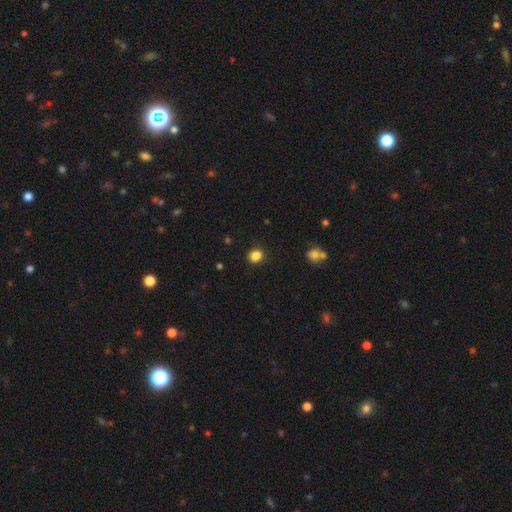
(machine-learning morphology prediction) Smooth or featured? Predicted: smooth (p=0.86). How rounded? Predicted: round (p=0.69). Merging? Predicted: none (p=0.87).